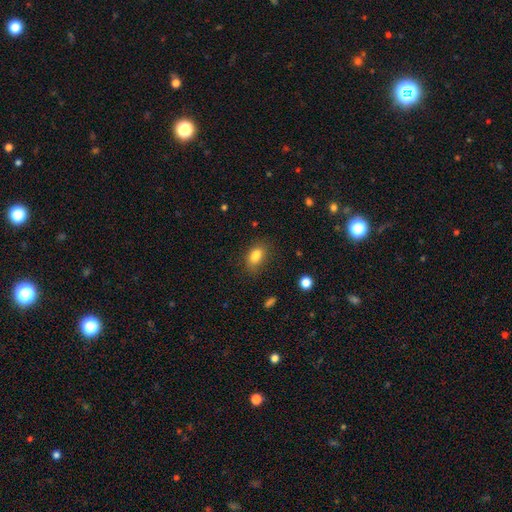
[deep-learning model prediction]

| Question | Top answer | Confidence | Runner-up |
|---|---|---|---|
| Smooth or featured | smooth | 82% | star or artifact (10%) |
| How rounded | in between | 85% | round (10%) |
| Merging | none | 70% | minor disturbance (19%) |